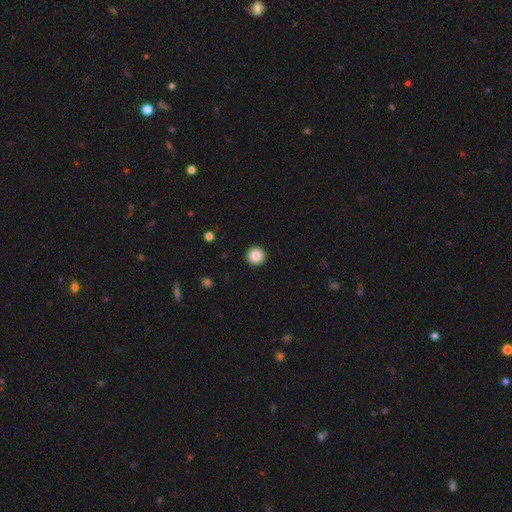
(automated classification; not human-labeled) Smooth or featured?
  - smooth: 87% *
  - star or artifact: 9%
  - featured or disk: 4%
How rounded?
  - round: 96% *
  - in between: 3%
  - cigar-shaped: 1%
Merging?
  - none: 93% *
  - minor disturbance: 4%
  - major disturbance: 2%
  - merger: 1%